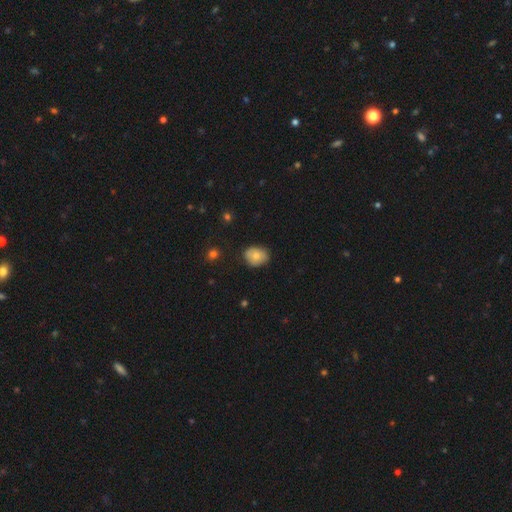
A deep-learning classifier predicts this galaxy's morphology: Smooth or featured? smooth (72%)
How rounded? round (53%)
Merging? none (71%)